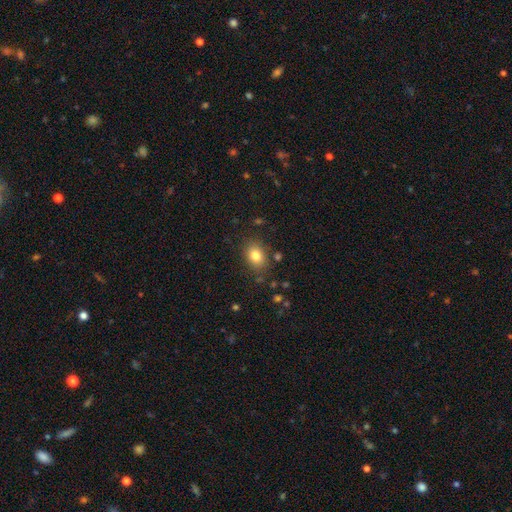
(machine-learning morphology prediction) Overall: smooth (81%). How rounded: in between (66%; round 33%). Merging: none (83%).